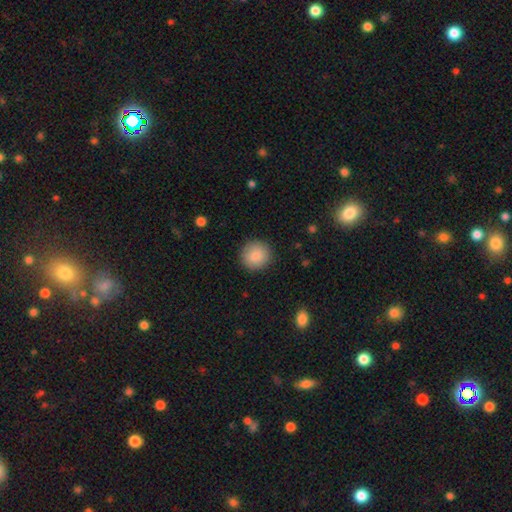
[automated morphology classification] Overall: smooth (86%). How rounded: round (94%). Merging: none (90%).